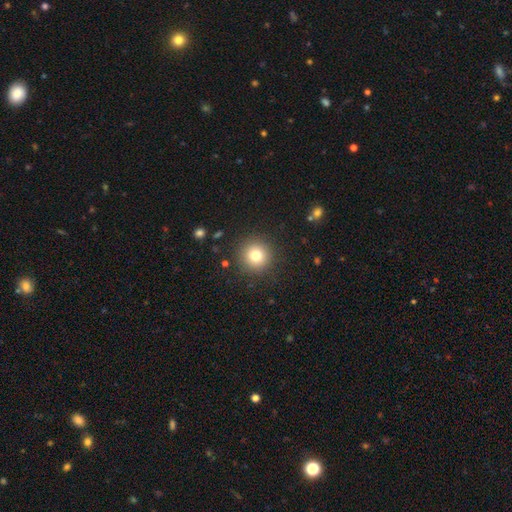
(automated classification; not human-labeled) This appears to be a smooth galaxy with no disk features (79%) that is round (95%). Merging: none (90%).